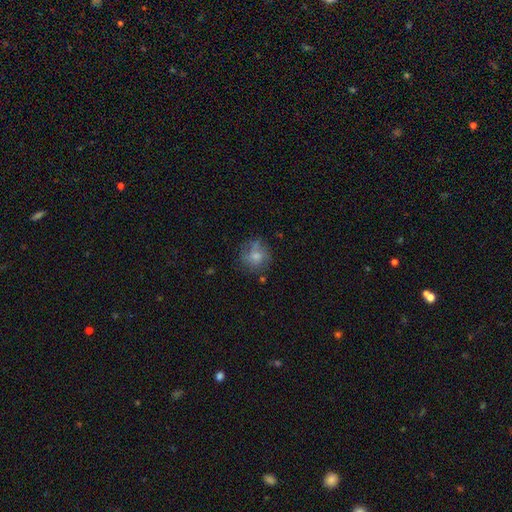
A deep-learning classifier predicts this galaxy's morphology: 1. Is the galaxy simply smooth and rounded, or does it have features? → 60% smooth, 30% featured or disk, 10% star or artifact.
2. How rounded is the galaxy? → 82% round, 17% in between, 1% cigar-shaped.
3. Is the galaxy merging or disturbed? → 59% none, 23% minor disturbance, 13% major disturbance, 5% merger.